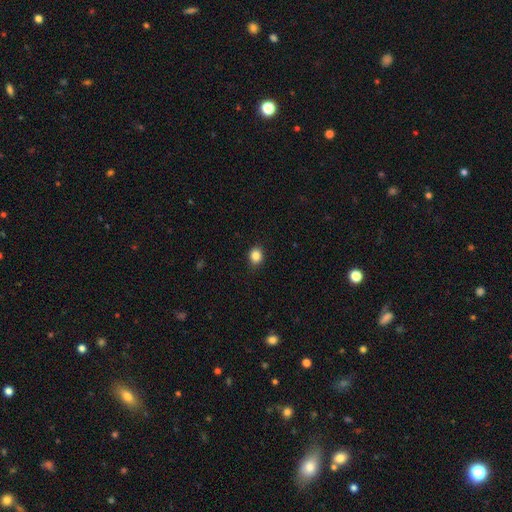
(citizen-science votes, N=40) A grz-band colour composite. It shows a smooth galaxy with no disk features (80%) that is round (62%). Merging: none (69%).